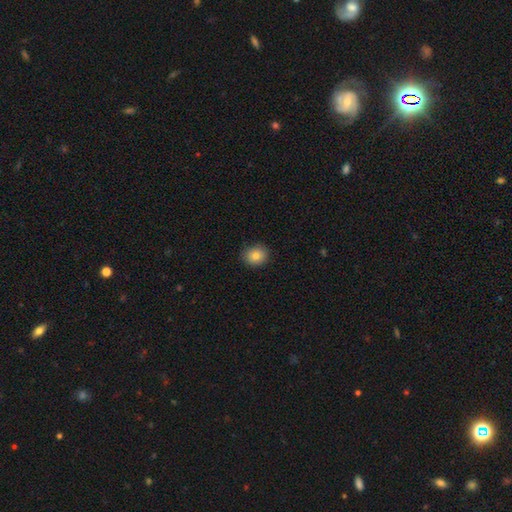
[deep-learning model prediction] smooth-or-featured: smooth: 83% | star or artifact: 9% | featured or disk: 8%
  how-rounded: round: 68% | in between: 31% | cigar-shaped: 1%
  merging: none: 88% | minor disturbance: 9% | major disturbance: 2% | merger: 1%